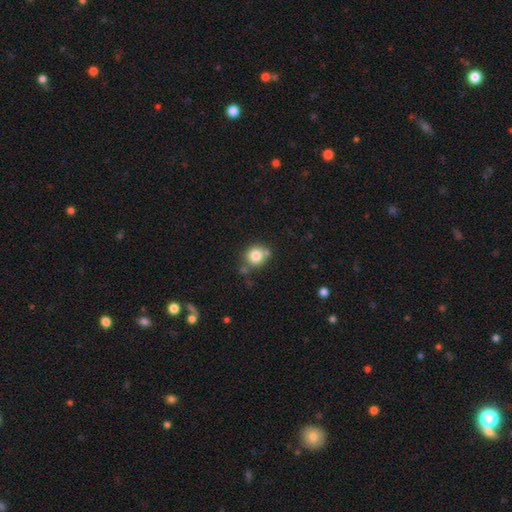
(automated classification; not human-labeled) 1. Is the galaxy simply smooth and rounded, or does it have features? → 80% smooth, 10% star or artifact, 10% featured or disk.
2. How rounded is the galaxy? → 87% round, 12% in between, 1% cigar-shaped.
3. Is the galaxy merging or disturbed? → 67% none, 15% merger, 14% minor disturbance, 4% major disturbance.